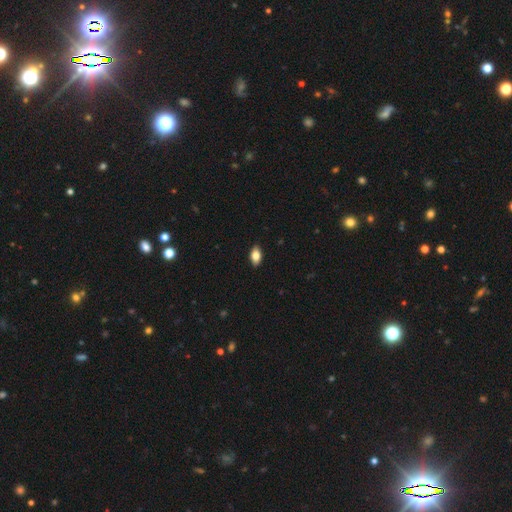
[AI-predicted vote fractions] Smooth or featured: smooth — 80% (featured or disk — 13%)
How rounded: in between — 90% (round — 5%)
Merging: none — 89% (minor disturbance — 8%)